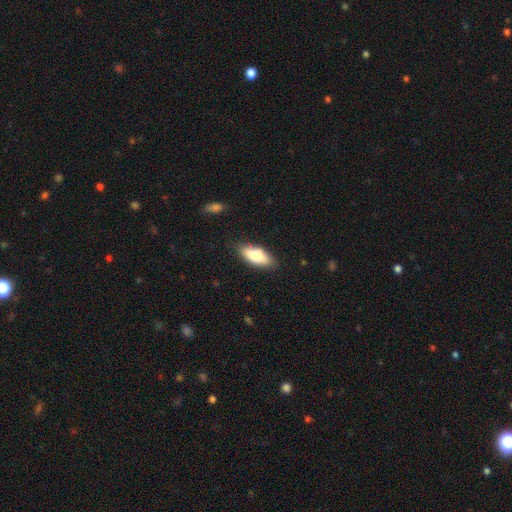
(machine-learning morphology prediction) Smooth or featured? smooth (75%)
How rounded? in between (78%)
Merging? none (82%)